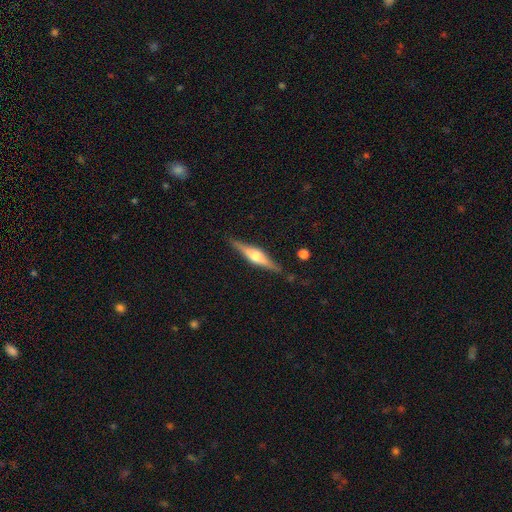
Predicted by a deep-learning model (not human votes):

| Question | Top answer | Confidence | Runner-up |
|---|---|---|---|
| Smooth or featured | featured or disk | 73% | smooth (22%) |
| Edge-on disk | yes | 97% | no (3%) |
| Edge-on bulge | rounded | 90% | boxy (7%) |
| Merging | none | 86% | minor disturbance (10%) |